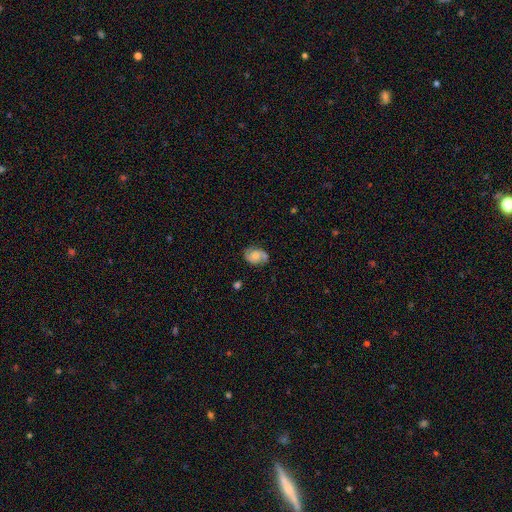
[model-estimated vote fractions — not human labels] The model was most divided on "bulge size": moderate: 50%, small: 35%, none: 7%, large: 6%, dominant: 2%. Remaining: edge-on disk — no (97%); spiral arms — yes (91%); spiral arm count — 2 (86%); merging — none (70%); bar — no (66%); smooth or featured — featured or disk (61%); spiral winding — medium (47%).